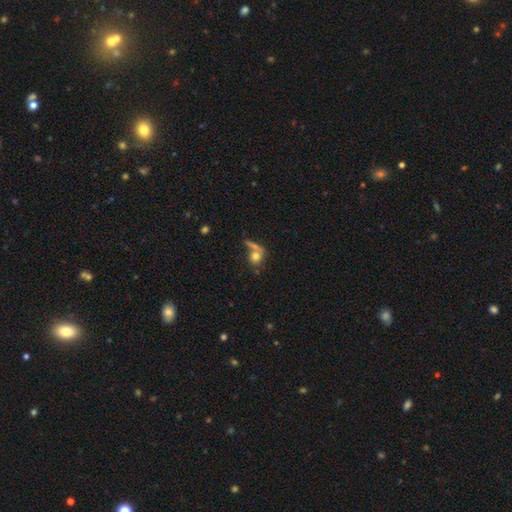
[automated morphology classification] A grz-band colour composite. It shows a smooth galaxy with no disk features (72%) that is round (65%). Merging: none (40%).